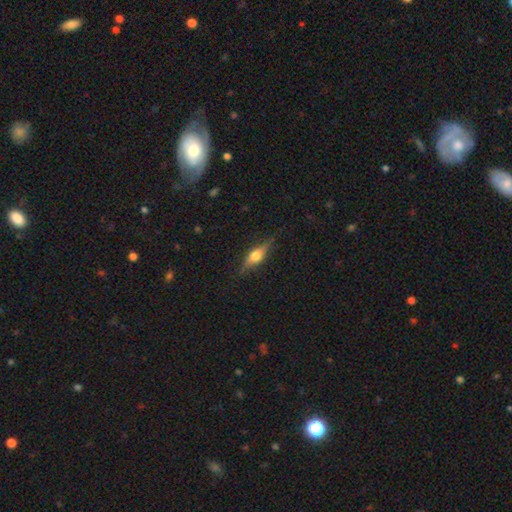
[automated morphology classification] smooth-or-featured: featured or disk: 62% | smooth: 31% | star or artifact: 8%
  disk-edge-on: yes: 94% | no: 6%
    edge-on-bulge: rounded: 93% | boxy: 5% | none: 2%
  merging: none: 83% | minor disturbance: 13% | major disturbance: 3% | merger: 1%